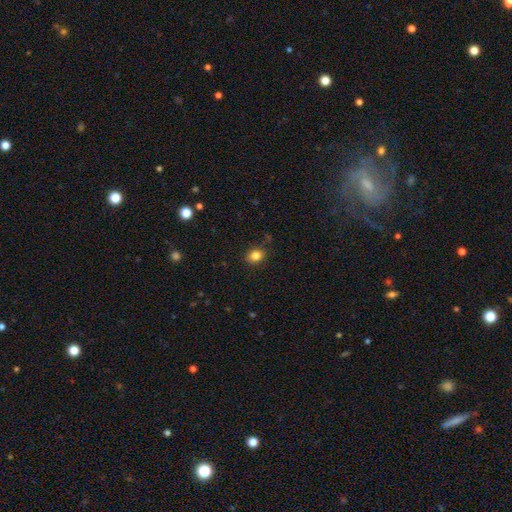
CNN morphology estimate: Smooth or featured? Predicted: smooth (p=0.84). How rounded? Predicted: in between (p=0.51). Merging? Predicted: none (p=0.86).